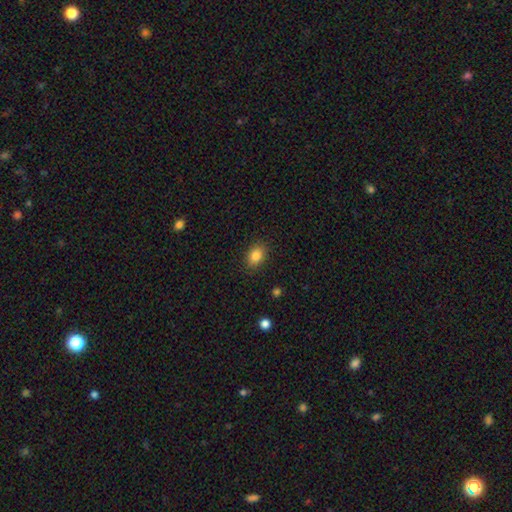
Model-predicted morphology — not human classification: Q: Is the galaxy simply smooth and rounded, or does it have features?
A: smooth — 86%.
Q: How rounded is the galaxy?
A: in between — 78%.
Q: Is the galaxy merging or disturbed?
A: none — 87%.